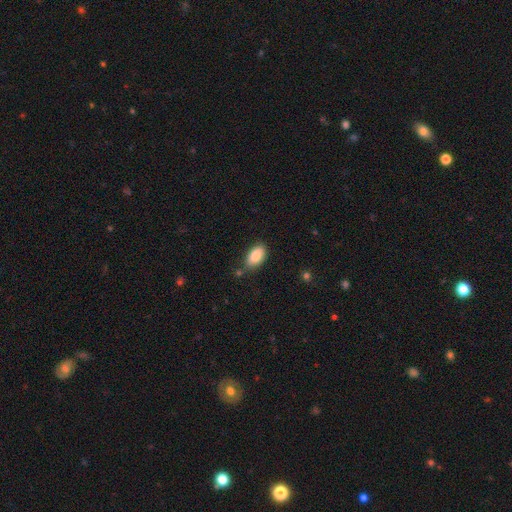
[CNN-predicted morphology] A smooth galaxy with no disk features (86%) that is in between round and cigar-shaped (93%). Merging: none (73%).